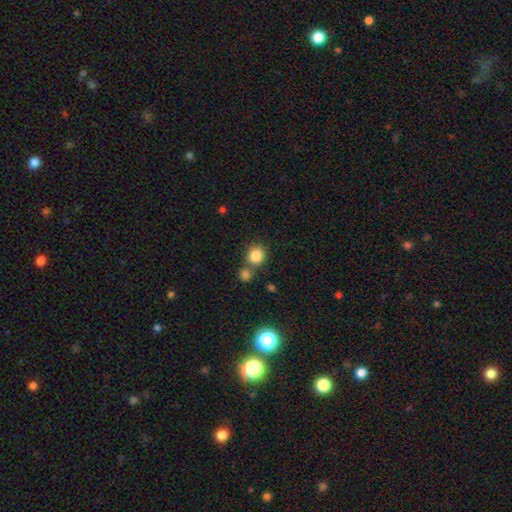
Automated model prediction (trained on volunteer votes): Overall: smooth (84%). How rounded: round (87%). Merging: none (60%; merger 27%).